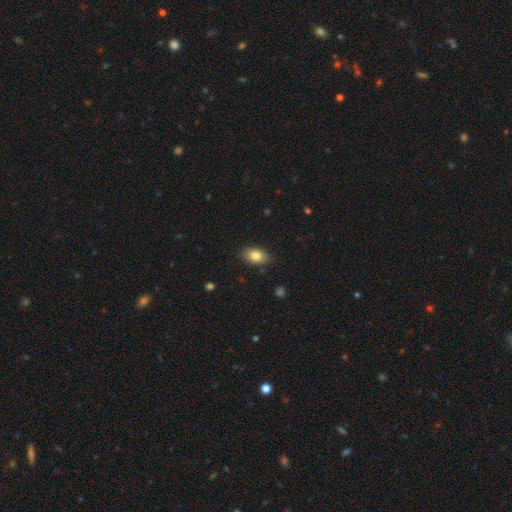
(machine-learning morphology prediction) Smooth or featured? smooth (82%)
How rounded? in between (89%)
Merging? none (86%)